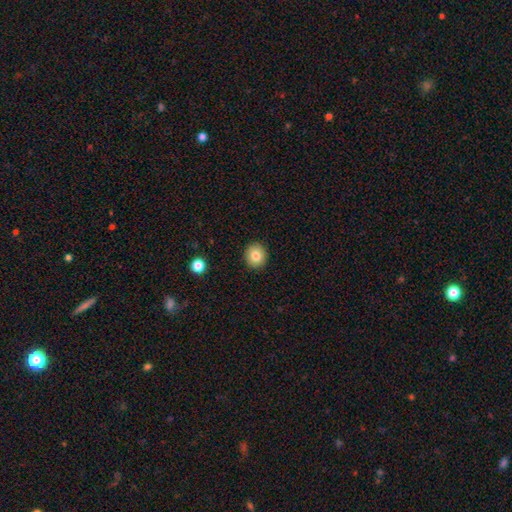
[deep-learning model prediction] smooth-or-featured: smooth: 82% | star or artifact: 10% | featured or disk: 8%
  how-rounded: round: 87% | in between: 12% | cigar-shaped: 1%
  merging: none: 91% | minor disturbance: 6% | major disturbance: 2% | merger: 1%